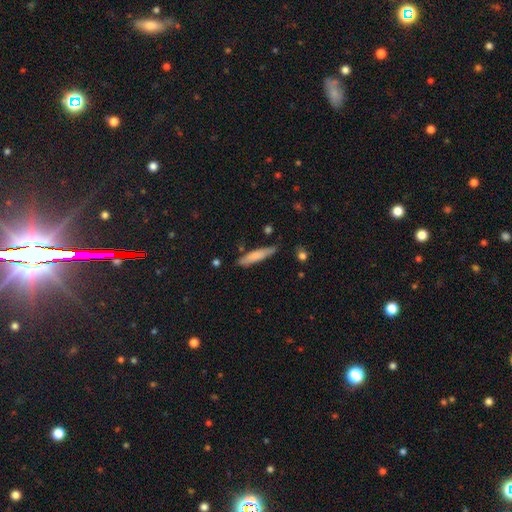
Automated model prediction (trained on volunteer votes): A smooth galaxy with no disk features (74%) that is cigar-shaped (86%). Merging: none (80%).